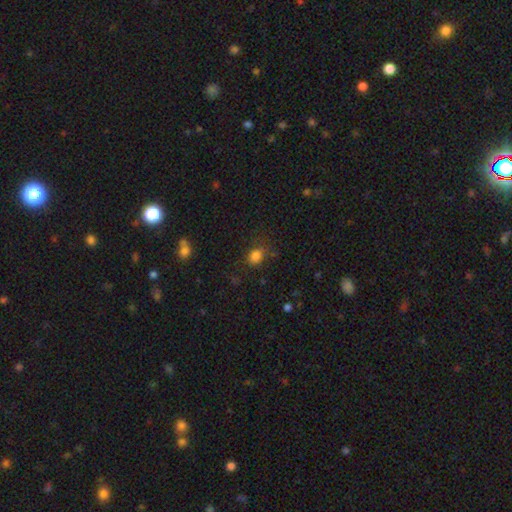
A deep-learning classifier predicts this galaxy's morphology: Smooth or featured?
  - smooth: 81% *
  - star or artifact: 14%
  - featured or disk: 5%
How rounded?
  - round: 53% *
  - in between: 46%
  - cigar-shaped: 1%
Merging?
  - none: 72% *
  - minor disturbance: 18%
  - major disturbance: 7%
  - merger: 3%